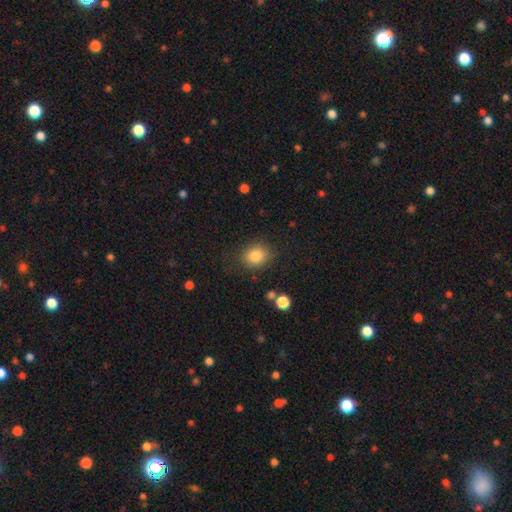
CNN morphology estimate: Smooth or featured: smooth — 84% (star or artifact — 10%)
How rounded: round — 67% (in between — 32%)
Merging: none — 83% (minor disturbance — 11%)